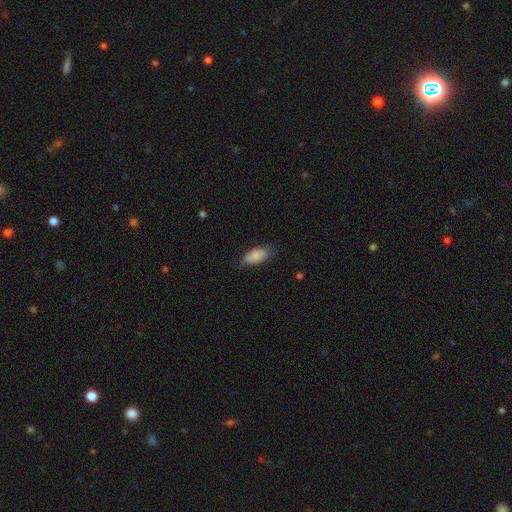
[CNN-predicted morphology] A smooth galaxy with no disk features (87%) that is in between round and cigar-shaped (89%). Merging: none (78%).